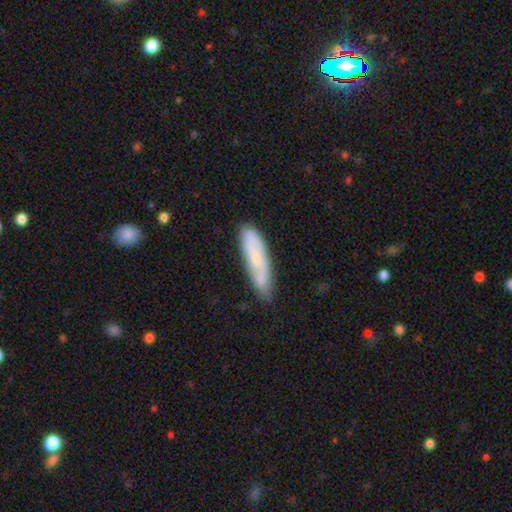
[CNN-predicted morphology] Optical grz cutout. It shows a smooth galaxy with no disk features (54%) that is cigar-shaped (75%). Merging: none (76%).